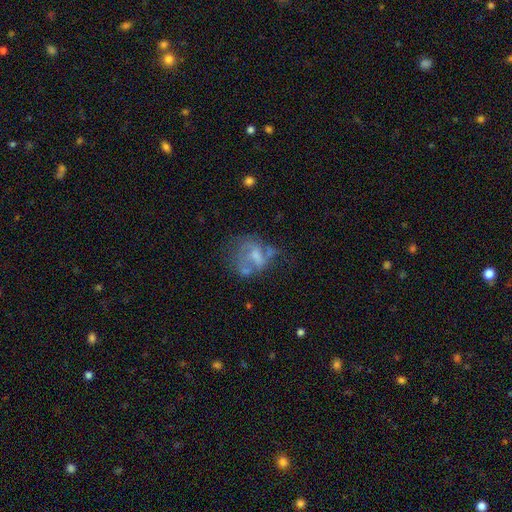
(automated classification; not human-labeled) The model was most divided on "bulge size": none: 34%, moderate: 32%, small: 28%, large: 5%, dominant: 1%. Remaining: edge-on disk — no (97%); spiral arms — no (68%); bar — no (65%); smooth or featured — featured or disk (56%); merging — none (35%).